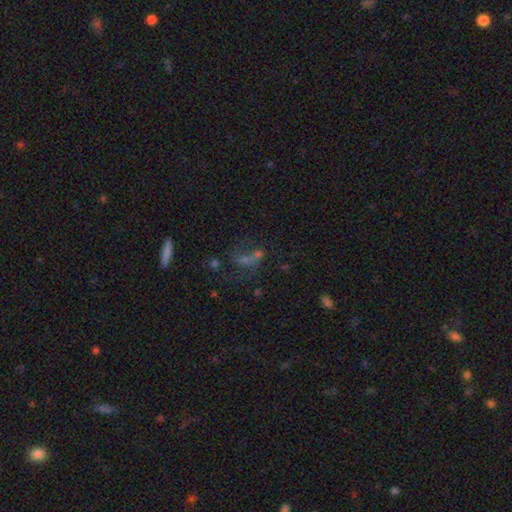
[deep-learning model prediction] smooth_or_featured: star or artifact (p=0.37) [alt: featured or disk p=0.34]